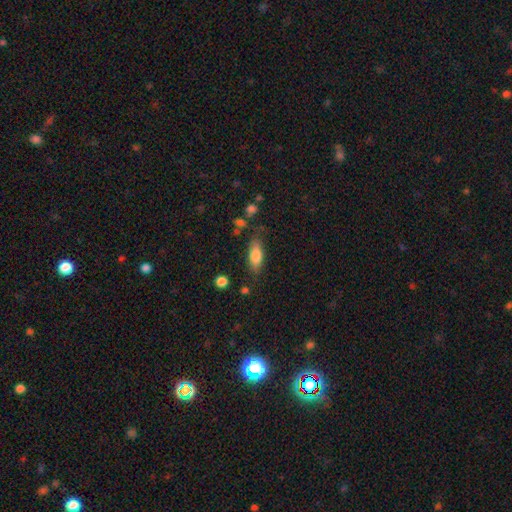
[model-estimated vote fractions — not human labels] A smooth galaxy with no disk features (78%) that is in between round and cigar-shaped (75%). Merging: none (75%).